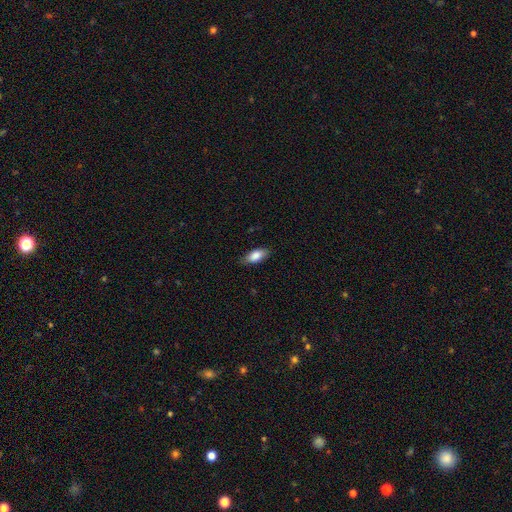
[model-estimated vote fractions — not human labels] smooth 82%, featured or disk 11%, star or artifact 7%. Down the decision tree: how rounded — in between (84%); merging — none (83%).